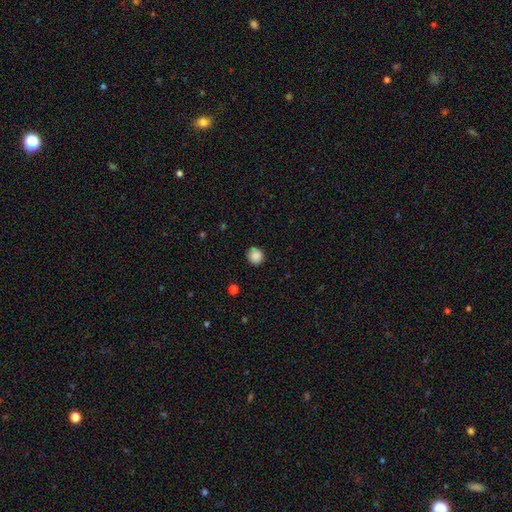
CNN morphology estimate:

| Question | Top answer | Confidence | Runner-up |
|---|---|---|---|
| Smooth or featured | smooth | 87% | star or artifact (10%) |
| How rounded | round | 89% | in between (10%) |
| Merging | none | 85% | minor disturbance (11%) |